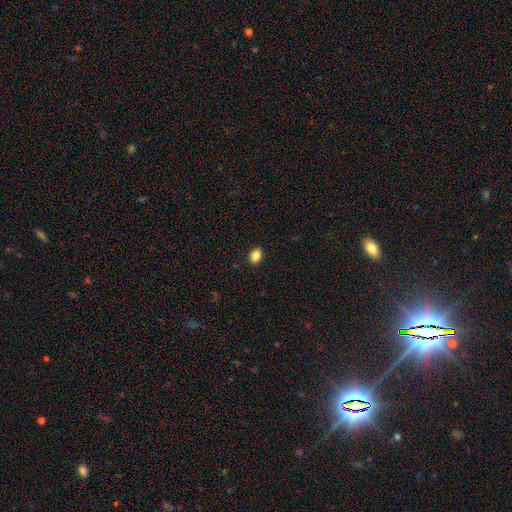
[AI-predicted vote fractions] Q: Smooth or featured?
A: smooth (86%); runner-up: star or artifact (9%)
Q: How rounded?
A: in between (75%); runner-up: round (24%)
Q: Merging?
A: none (90%); runner-up: minor disturbance (8%)